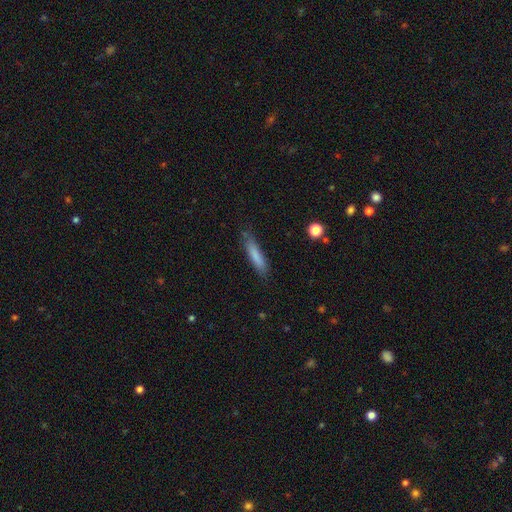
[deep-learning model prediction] smooth-or-featured: smooth: 81% | featured or disk: 12% | star or artifact: 7%
  how-rounded: cigar-shaped: 85% | in between: 14% | round: 1%
  merging: none: 78% | minor disturbance: 17% | major disturbance: 3% | merger: 2%